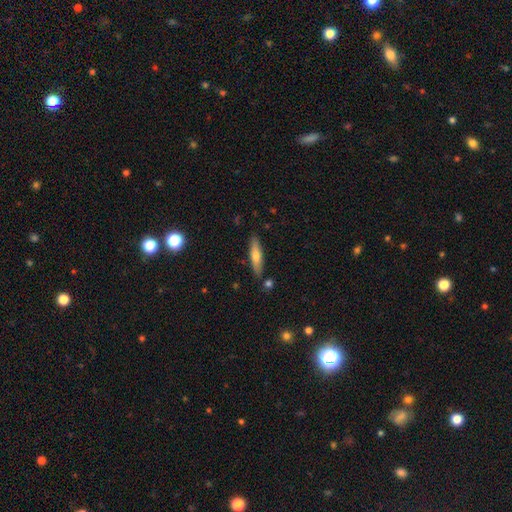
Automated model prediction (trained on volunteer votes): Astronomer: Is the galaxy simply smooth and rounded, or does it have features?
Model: smooth — 60%.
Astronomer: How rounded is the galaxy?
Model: cigar-shaped — 76%.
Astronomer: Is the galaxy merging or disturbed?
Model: none — 85%.